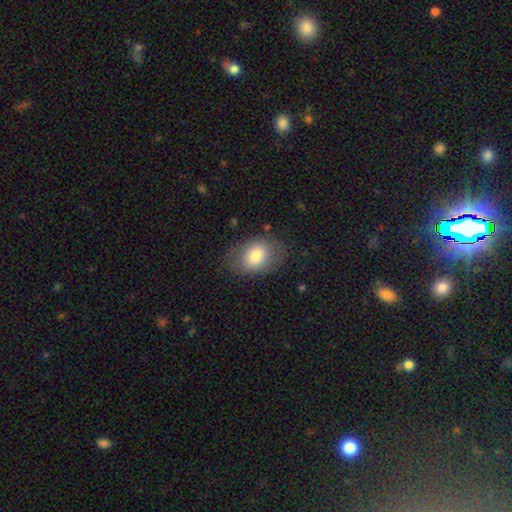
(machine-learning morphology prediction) type=smooth (79%); roundness=in between (78%); merging=none (71%).